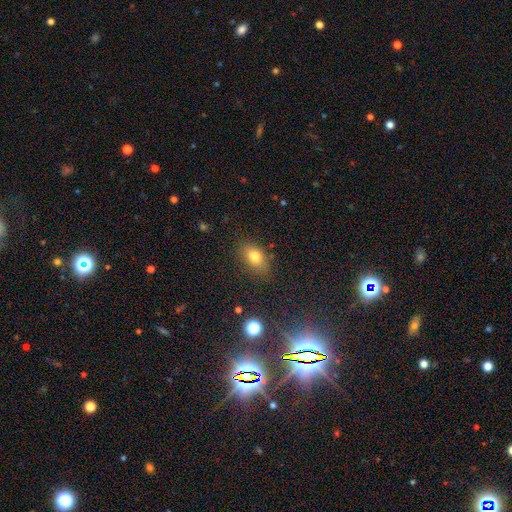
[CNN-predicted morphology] Overall: smooth (75%). How rounded: in between (79%). Merging: none (79%).